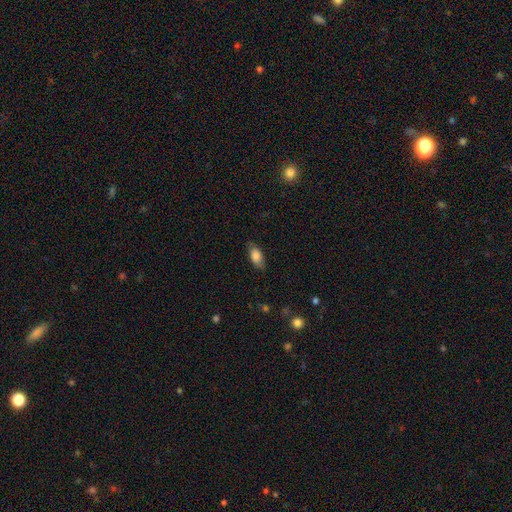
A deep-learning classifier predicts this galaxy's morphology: Smooth or featured? smooth (79%)
How rounded? in between (89%)
Merging? none (75%)